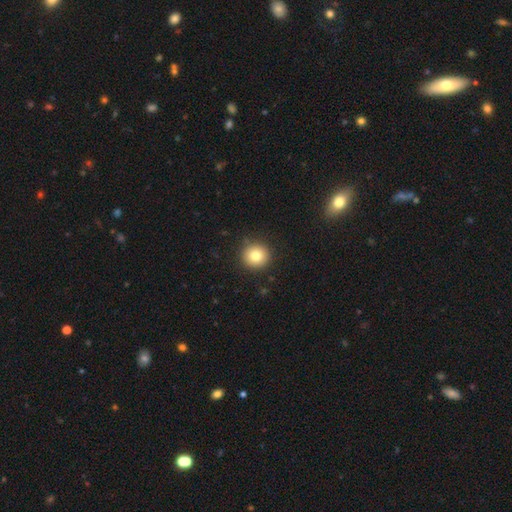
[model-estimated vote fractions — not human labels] A smooth galaxy with no disk features (80%) that is round (94%).

Vote fractions:
- Smooth or featured? smooth: 80% / star or artifact: 11% / featured or disk: 10%
- How rounded? round: 94% / in between: 5% / cigar-shaped: 1%
- Merging? none: 90% / minor disturbance: 7% / major disturbance: 2% / merger: 1%